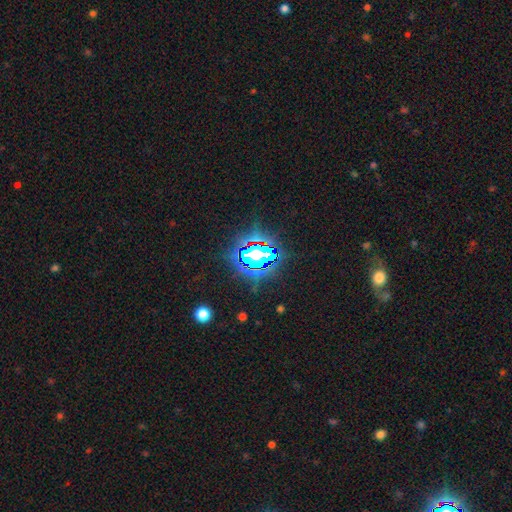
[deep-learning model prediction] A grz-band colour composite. It shows a star or artifact, not a galaxy (68%).